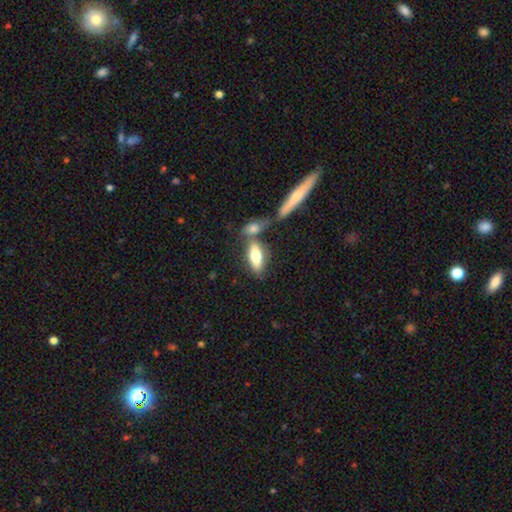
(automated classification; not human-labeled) This appears to be a smooth galaxy with no disk features (68%) that is in between round and cigar-shaped (74%). Merging: none (51%).